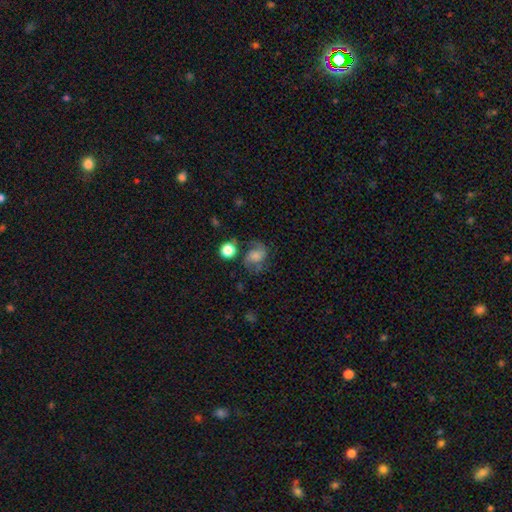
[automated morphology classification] The model was most divided on "smooth or featured": smooth: 50%, featured or disk: 38%, star or artifact: 12%. Remaining: merging — none (50%).